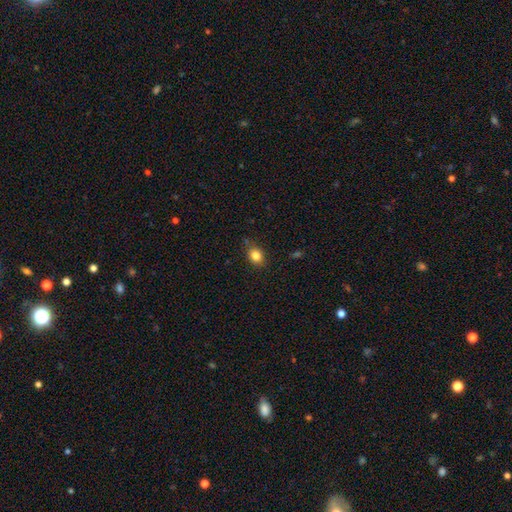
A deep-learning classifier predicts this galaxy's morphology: Smooth or featured? Predicted: smooth (p=0.84). How rounded? Predicted: in between (p=0.50). Merging? Predicted: none (p=0.83).